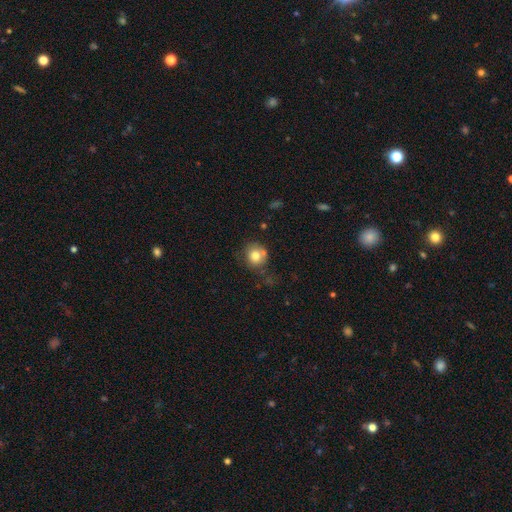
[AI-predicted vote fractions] Smooth or featured?
  - smooth: 78% *
  - featured or disk: 12%
  - star or artifact: 10%
How rounded?
  - round: 81% *
  - in between: 18%
  - cigar-shaped: 1%
Merging?
  - none: 60% *
  - minor disturbance: 19%
  - merger: 14%
  - major disturbance: 7%